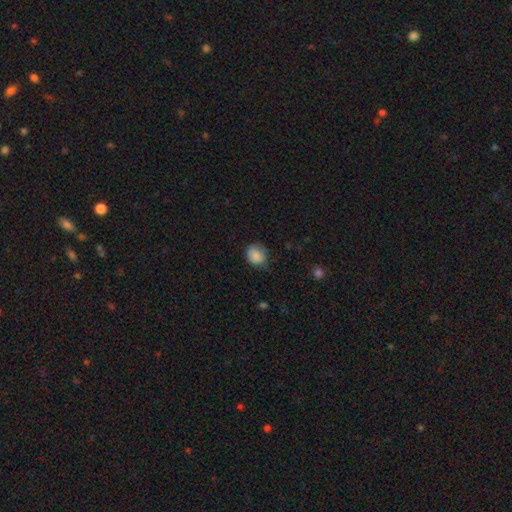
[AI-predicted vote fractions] This is clearly a smooth galaxy (86%). How rounded: likely round (67%). Merging: likely none (62%).